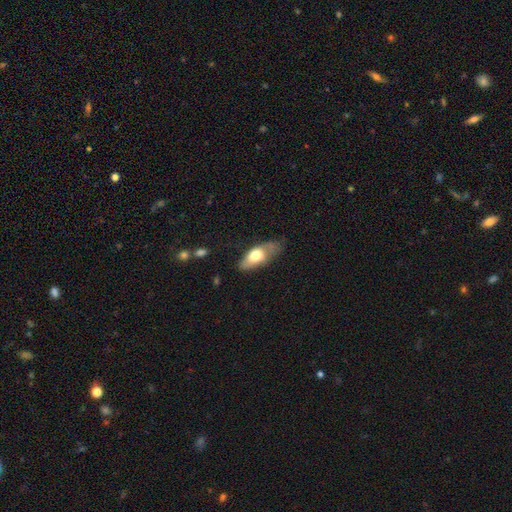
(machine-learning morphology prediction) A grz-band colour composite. It shows a smooth galaxy with no disk features (63%) that is in between round and cigar-shaped (82%). Merging: none (49%).